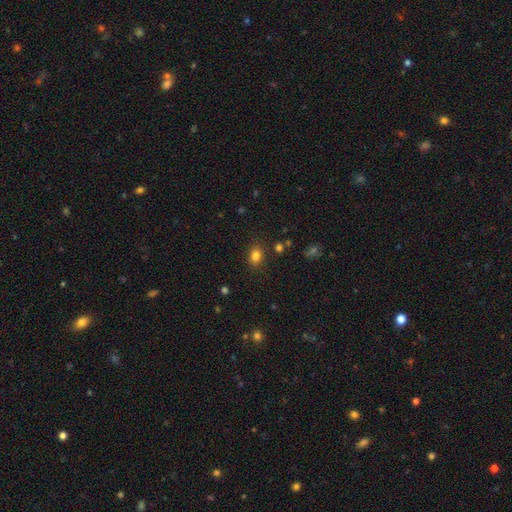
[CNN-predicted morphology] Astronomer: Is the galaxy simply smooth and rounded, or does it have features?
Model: smooth — 81%.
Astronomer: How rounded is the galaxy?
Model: in between — 56% (runner-up: round, 43%).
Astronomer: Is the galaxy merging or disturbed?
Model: none — 84%.